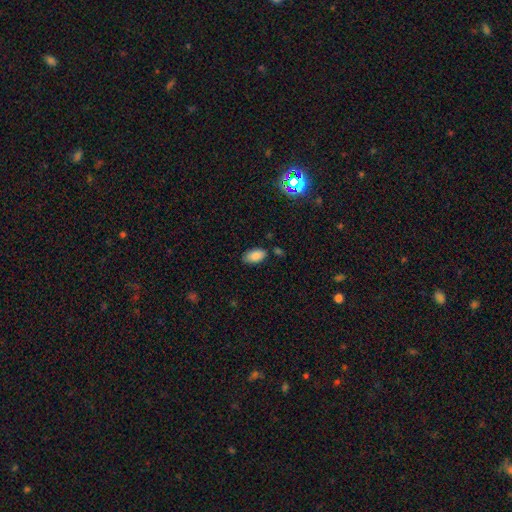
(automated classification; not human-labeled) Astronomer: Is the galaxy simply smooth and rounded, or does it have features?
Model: smooth — 85%.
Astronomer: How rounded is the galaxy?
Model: in between — 94%.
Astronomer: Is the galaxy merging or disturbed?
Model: none — 77%.